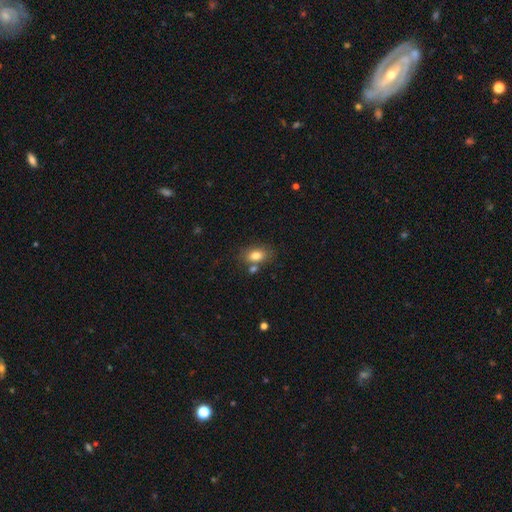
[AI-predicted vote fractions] Smooth or featured? Predicted: smooth (p=0.81). How rounded? Predicted: in between (p=0.85). Merging? Predicted: none (p=0.64).